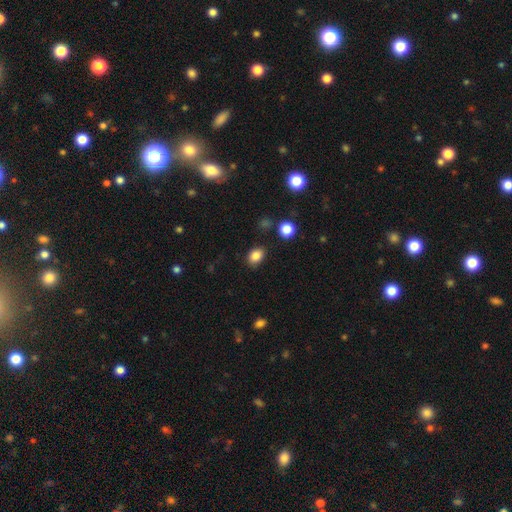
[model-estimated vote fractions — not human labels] Overall: smooth (85%). How rounded: in between (65%; round 34%). Merging: none (83%).